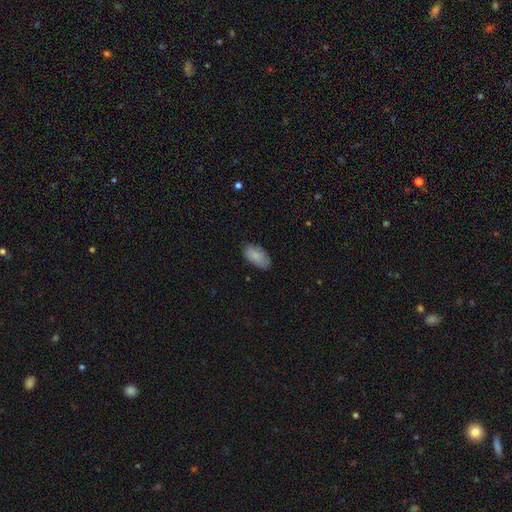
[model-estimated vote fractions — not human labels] Smooth or featured? Predicted: smooth (p=0.85). How rounded? Predicted: in between (p=0.94). Merging? Predicted: none (p=0.81).